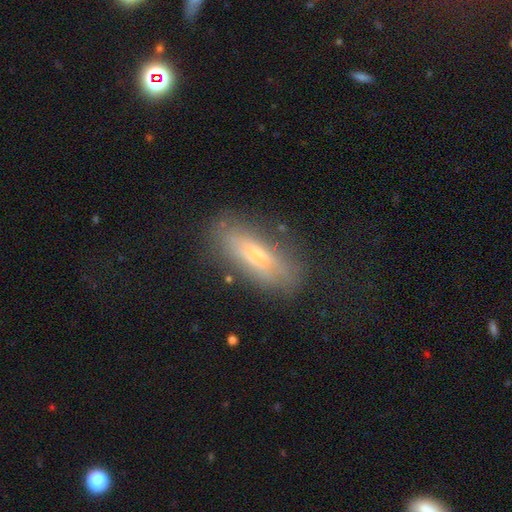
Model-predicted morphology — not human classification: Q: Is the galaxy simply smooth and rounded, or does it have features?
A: smooth — 54%.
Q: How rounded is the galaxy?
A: in between — 50%.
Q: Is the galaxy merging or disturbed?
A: none — 75%.